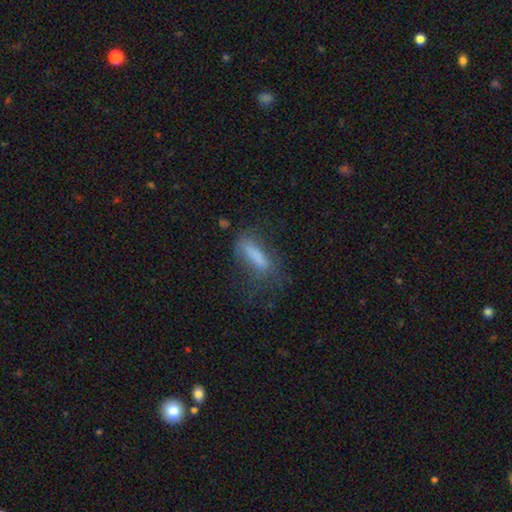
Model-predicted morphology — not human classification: This appears to be a smooth galaxy with no disk features (66%) that is cigar-shaped (60%). Merging: none (46%).